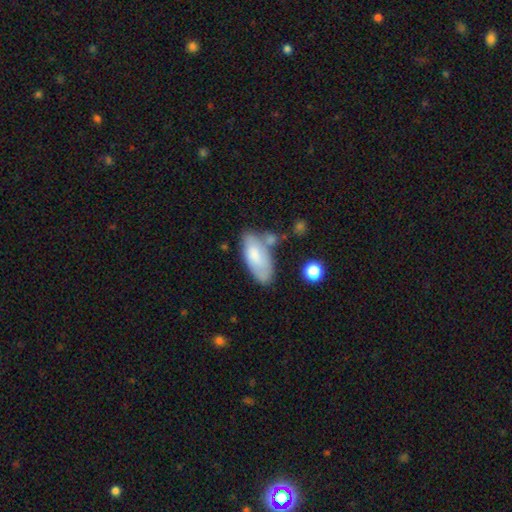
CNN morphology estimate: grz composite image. It shows a smooth galaxy with no disk features (72%) that is in between round and cigar-shaped (86%). Merging: none (51%).